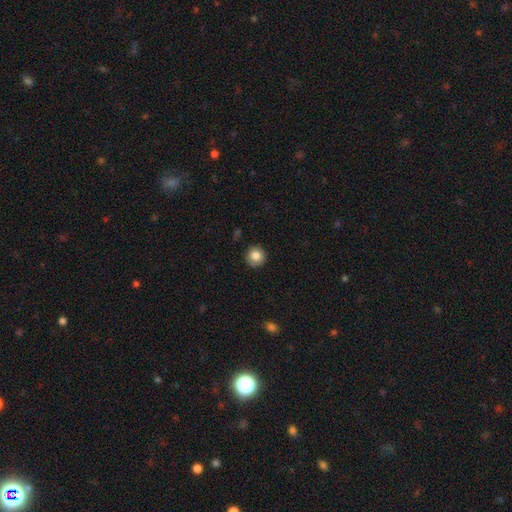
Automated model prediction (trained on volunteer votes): Smooth or featured? smooth (83%)
How rounded? round (94%)
Merging? none (90%)